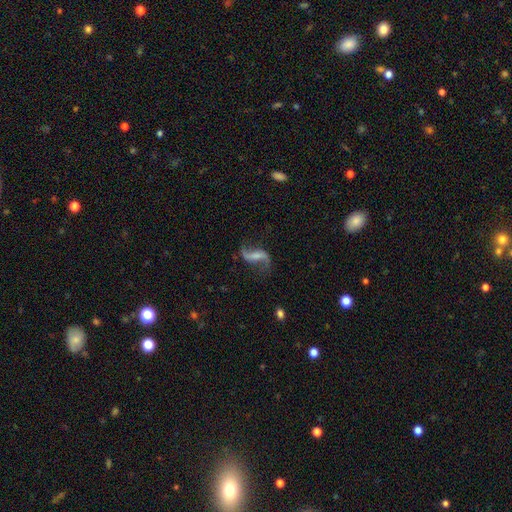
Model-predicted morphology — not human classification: Q: Smooth or featured?
A: featured or disk (84%); runner-up: smooth (9%)
Q: Edge-on disk?
A: no (96%); runner-up: yes (4%)
Q: Bar?
A: weak (39%); runner-up: strong (35%)
Q: Spiral arms?
A: yes (95%); runner-up: no (5%)
Q: Spiral winding?
A: loose (87%); runner-up: medium (10%)
Q: Spiral arm count?
A: 2 (92%); runner-up: 1 (3%)
Q: Bulge size?
A: none (38%); runner-up: small (35%)
Q: Merging?
A: none (73%); runner-up: minor disturbance (14%)